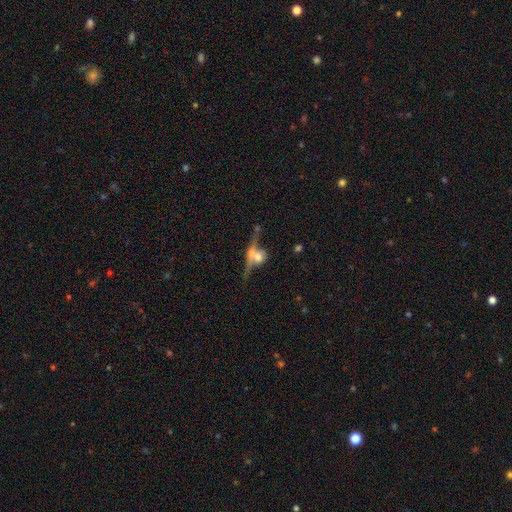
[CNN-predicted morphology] A featured or disk galaxy (54%) viewed edge-on (67%). Merging: merger (41%).